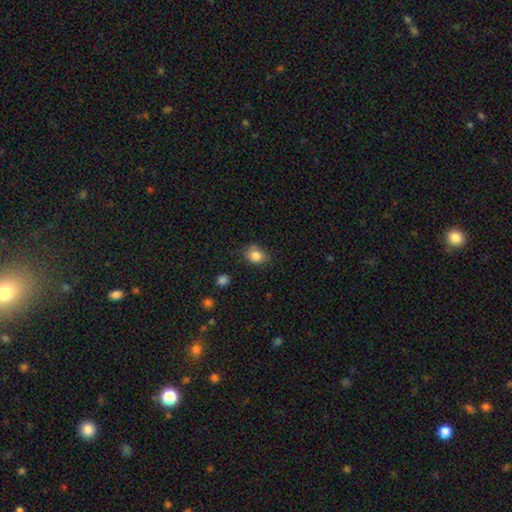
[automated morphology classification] smooth 84%, star or artifact 10%, featured or disk 6%. Down the decision tree: how rounded — in between (52%); merging — none (69%).